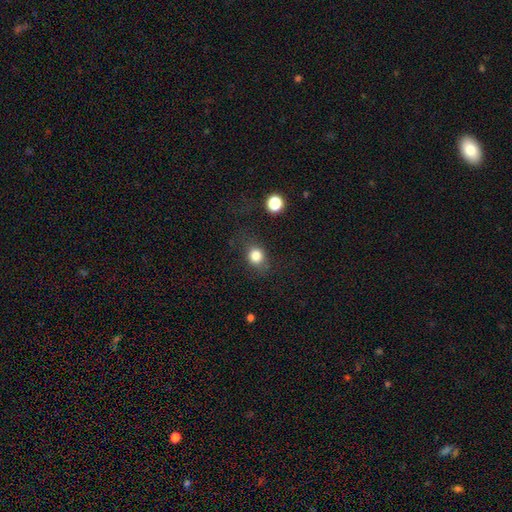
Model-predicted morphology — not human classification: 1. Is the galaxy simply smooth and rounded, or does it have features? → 82% smooth, 11% star or artifact, 7% featured or disk.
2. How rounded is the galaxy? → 73% round, 26% in between, 1% cigar-shaped.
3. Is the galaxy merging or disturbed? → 72% none, 16% minor disturbance, 9% major disturbance, 2% merger.